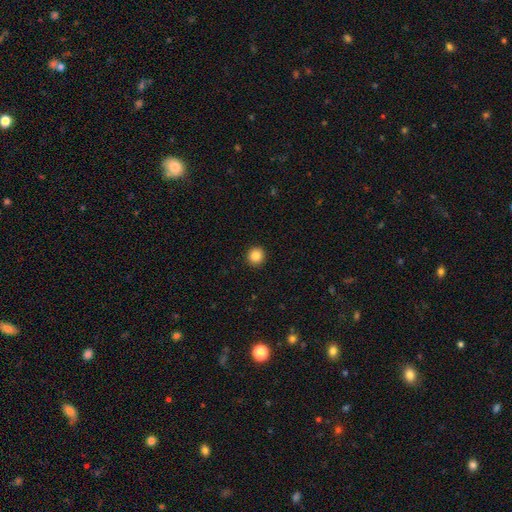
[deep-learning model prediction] A smooth galaxy with no disk features (87%) that is round (95%).

Vote fractions:
- Smooth or featured? smooth: 87% / star or artifact: 10% / featured or disk: 3%
- How rounded? round: 95% / in between: 4% / cigar-shaped: 1%
- Merging? none: 93% / minor disturbance: 4% / major disturbance: 2% / merger: 1%